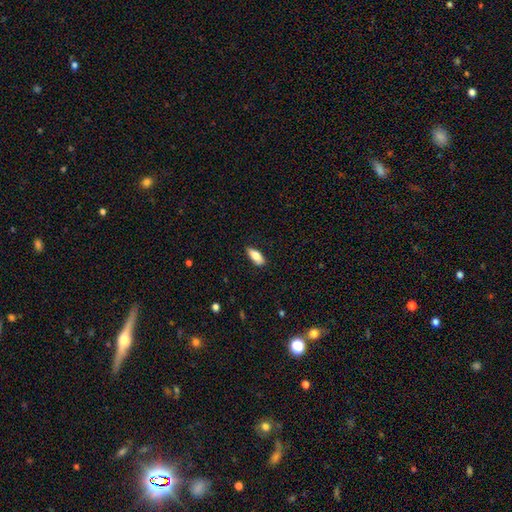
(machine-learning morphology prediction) smooth_or_featured: smooth (p=0.77) [alt: featured or disk p=0.17]
how_rounded: in between (p=0.78) [alt: cigar-shaped p=0.20]
merging: none (p=0.84) [alt: minor disturbance p=0.12]